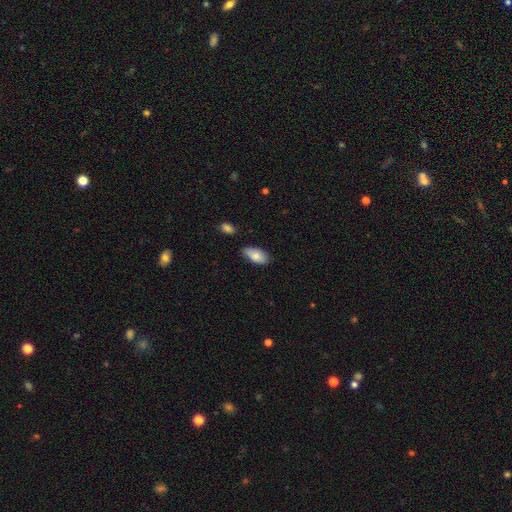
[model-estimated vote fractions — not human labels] The model was most divided on "merging": none: 77%, minor disturbance: 18%, major disturbance: 3%, merger: 2%. More confident: how rounded — in between (93%); smooth or featured — smooth (84%).